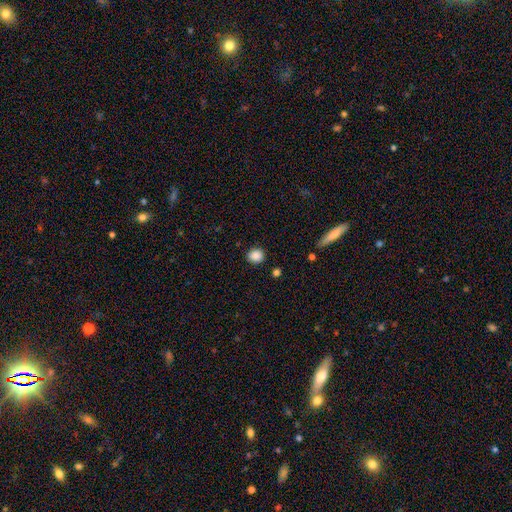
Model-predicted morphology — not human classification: Smooth or featured?
  - smooth: 88% *
  - star or artifact: 9%
  - featured or disk: 3%
How rounded?
  - round: 81% *
  - in between: 18%
  - cigar-shaped: 1%
Merging?
  - none: 88% *
  - minor disturbance: 8%
  - major disturbance: 2%
  - merger: 2%